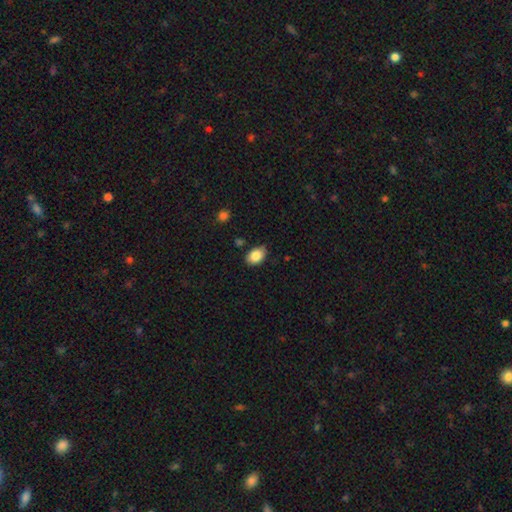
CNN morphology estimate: This is clearly a smooth galaxy (86%). How rounded: clearly in between (85%). Merging: likely none (79%).